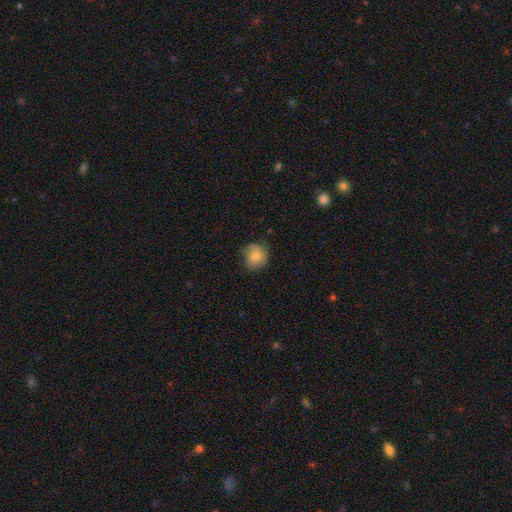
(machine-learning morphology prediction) This appears to be a smooth galaxy with no disk features (74%) that is round (78%). Merging: none (65%).